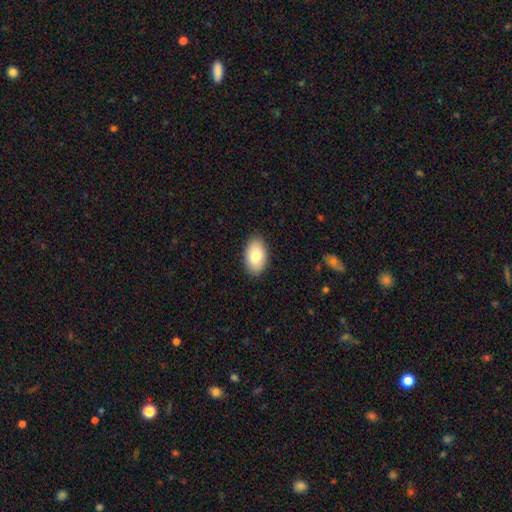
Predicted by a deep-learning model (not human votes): Q: Smooth or featured?
A: smooth (80%); runner-up: featured or disk (13%)
Q: How rounded?
A: in between (93%); runner-up: round (6%)
Q: Merging?
A: none (89%); runner-up: minor disturbance (8%)